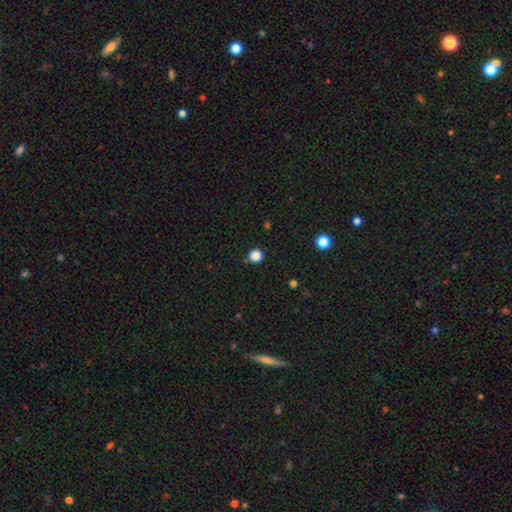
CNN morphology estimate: smooth 85%, star or artifact 12%, featured or disk 3%. Down the decision tree: how rounded — round (89%); merging — none (85%).